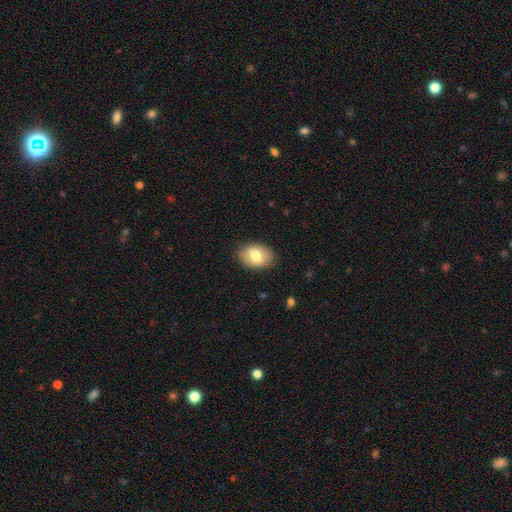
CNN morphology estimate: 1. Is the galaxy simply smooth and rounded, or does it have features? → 74% smooth, 19% featured or disk, 7% star or artifact.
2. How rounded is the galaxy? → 83% in between, 16% round, 1% cigar-shaped.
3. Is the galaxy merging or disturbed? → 83% none, 13% minor disturbance, 3% major disturbance, 1% merger.